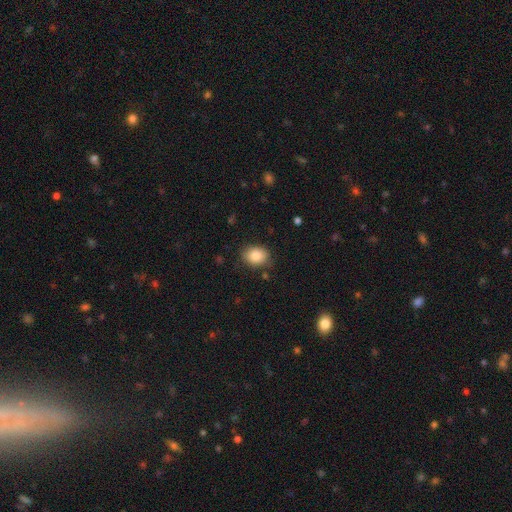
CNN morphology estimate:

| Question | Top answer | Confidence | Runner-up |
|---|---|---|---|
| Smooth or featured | smooth | 85% | star or artifact (8%) |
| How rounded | in between | 56% | round (43%) |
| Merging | none | 81% | minor disturbance (14%) |